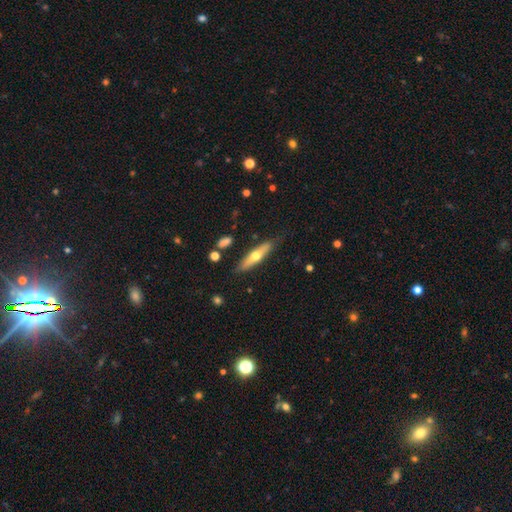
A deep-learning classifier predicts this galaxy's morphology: This appears to be a featured or disk galaxy (49%). Merging: none (81%).